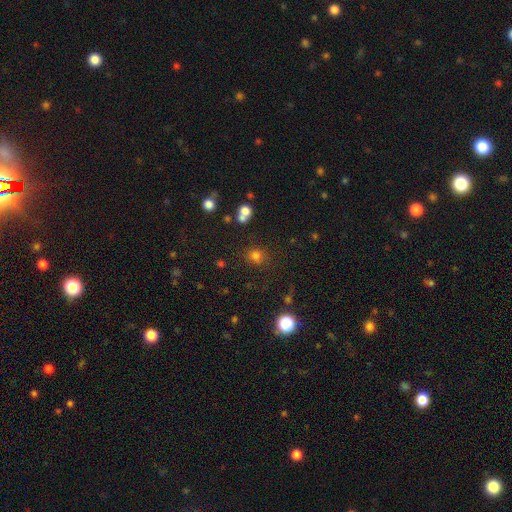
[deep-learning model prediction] Q: Smooth or featured?
A: smooth (72%); runner-up: star or artifact (21%)
Q: How rounded?
A: round (81%); runner-up: in between (18%)
Q: Merging?
A: none (74%); runner-up: minor disturbance (12%)